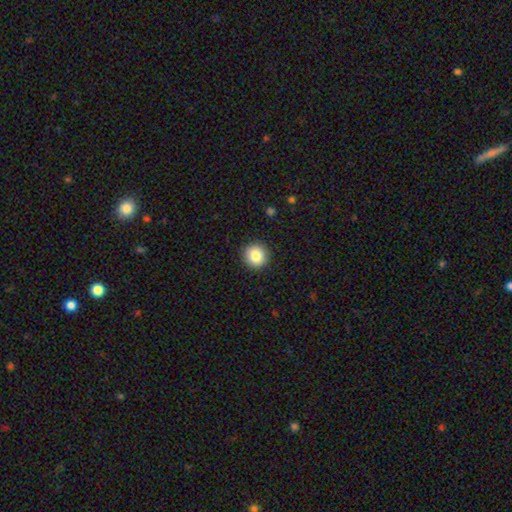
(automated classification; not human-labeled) This appears to be a smooth galaxy with no disk features (84%) that is round (94%). Merging: none (92%).